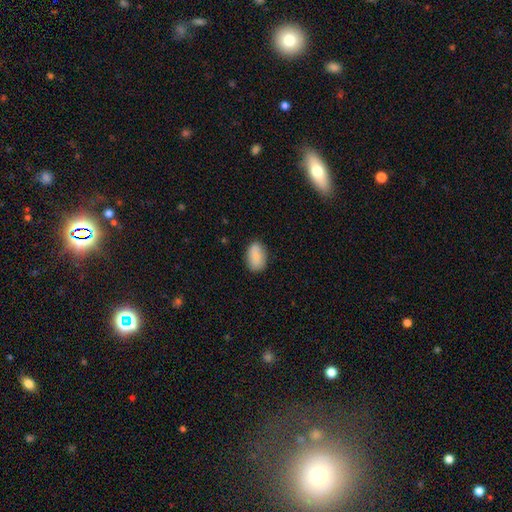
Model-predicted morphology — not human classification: Smooth or featured? smooth (79%)
How rounded? in between (88%)
Merging? none (82%)